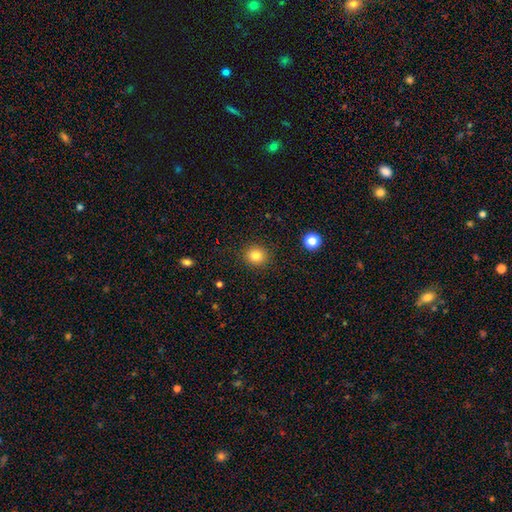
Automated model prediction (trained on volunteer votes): Overall: smooth (82%). How rounded: round (88%). Merging: none (90%).